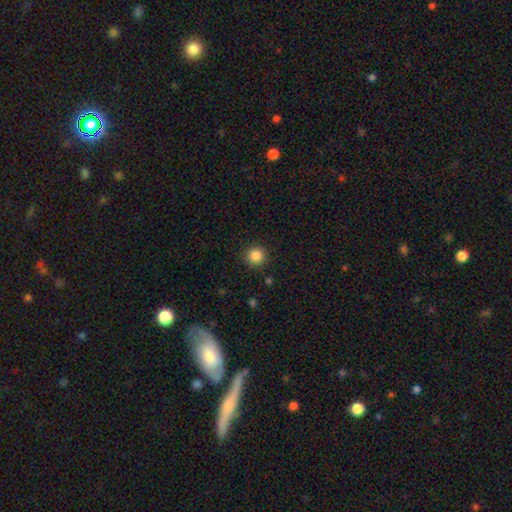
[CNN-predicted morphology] This appears to be a smooth galaxy with no disk features (85%) that is round (94%). Merging: none (91%).